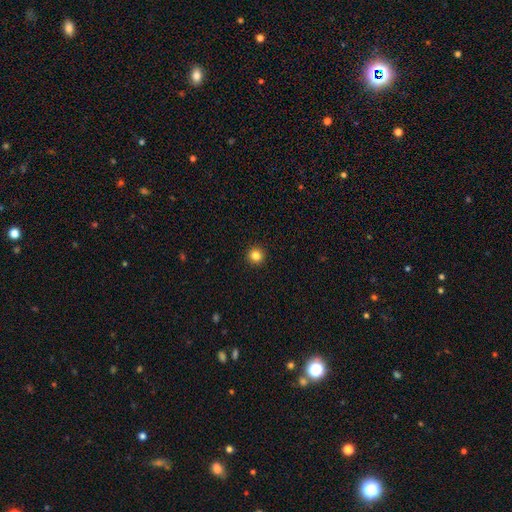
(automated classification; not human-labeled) A smooth galaxy with no disk features (84%) that is round (95%).

Vote fractions:
- Smooth or featured? smooth: 84% / star or artifact: 12% / featured or disk: 4%
- How rounded? round: 95% / in between: 4% / cigar-shaped: 1%
- Merging? none: 94% / minor disturbance: 4% / major disturbance: 1% / merger: 1%